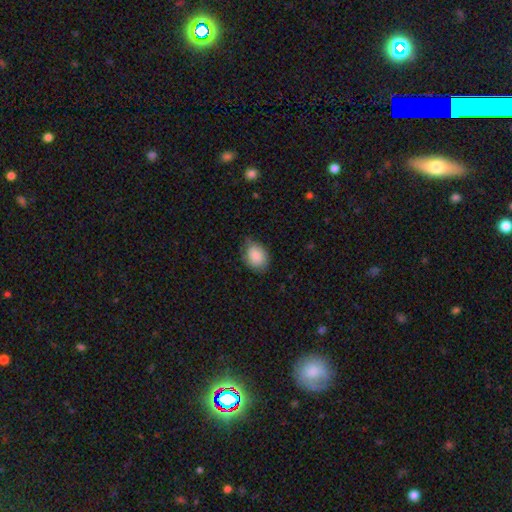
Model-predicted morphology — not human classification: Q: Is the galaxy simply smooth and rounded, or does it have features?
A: smooth — 86%.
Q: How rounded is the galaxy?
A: in between — 66%.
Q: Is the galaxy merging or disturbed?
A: none — 63%.